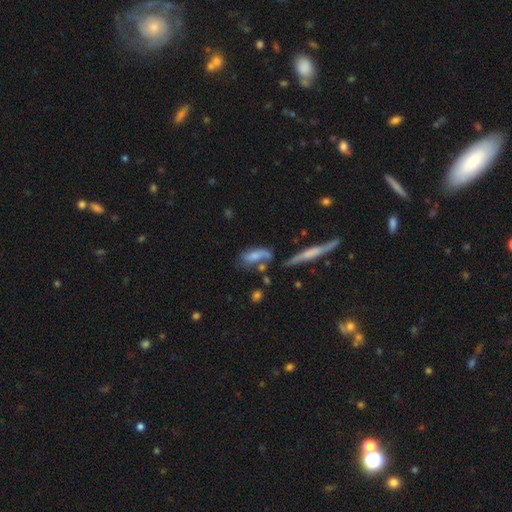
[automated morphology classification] type=smooth (64%); roundness=in between (66%); merging=none (40%).